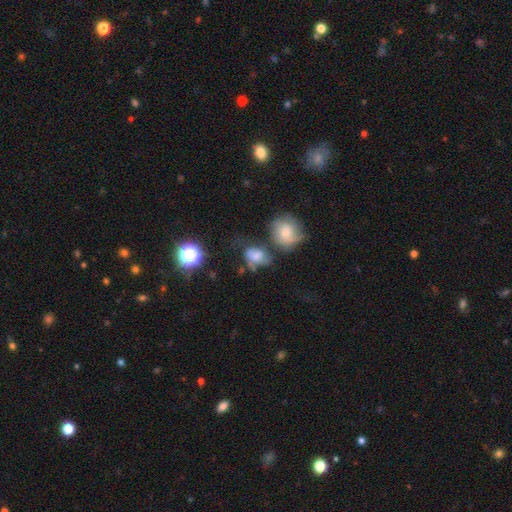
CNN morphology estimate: Smooth or featured?
  - smooth: 59% *
  - featured or disk: 25%
  - star or artifact: 16%
How rounded?
  - in between: 65% *
  - round: 34%
  - cigar-shaped: 2%
Merging?
  - none: 34% *
  - minor disturbance: 24%
  - merger: 21%
  - major disturbance: 21%